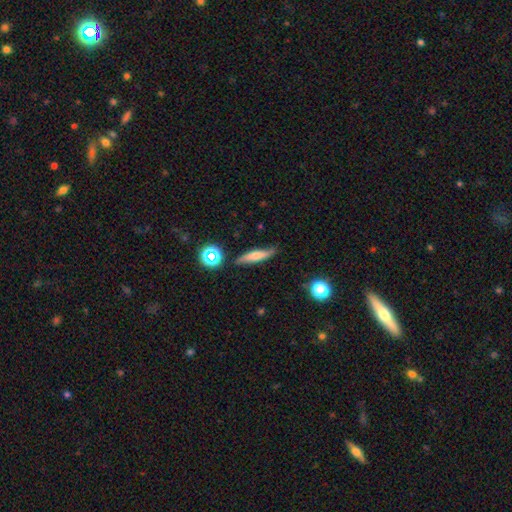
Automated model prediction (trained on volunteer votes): smooth-or-featured: smooth: 55% | featured or disk: 35% | star or artifact: 10%
  how-rounded: cigar-shaped: 78% | in between: 18% | round: 4%
  merging: none: 76% | minor disturbance: 17% | major disturbance: 3% | merger: 3%